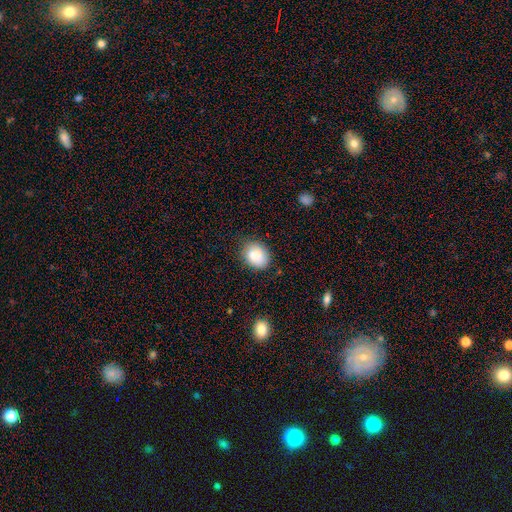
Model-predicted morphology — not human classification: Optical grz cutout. It shows a smooth galaxy with no disk features (83%) that is in between round and cigar-shaped (60%). Merging: none (77%).